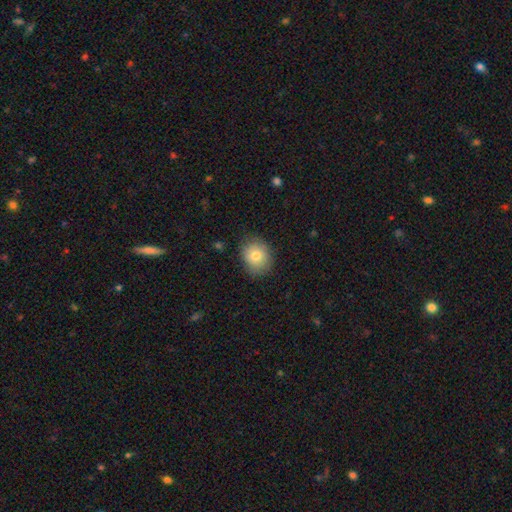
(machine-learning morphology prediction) Smooth or featured: smooth — 80% (featured or disk — 11%)
How rounded: round — 64% (in between — 35%)
Merging: none — 83% (minor disturbance — 13%)